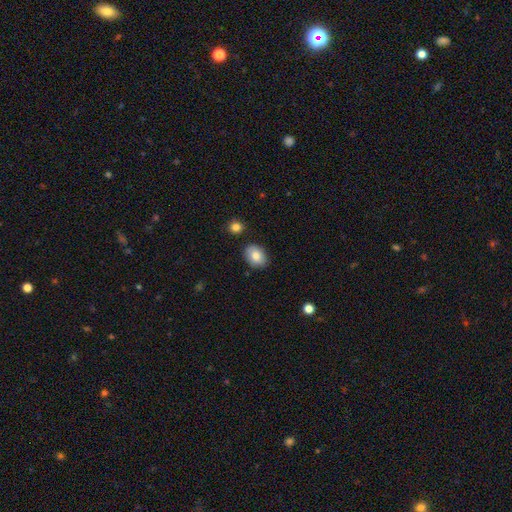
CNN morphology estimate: Smooth or featured?
  - smooth: 81% *
  - featured or disk: 11%
  - star or artifact: 7%
How rounded?
  - in between: 72% *
  - round: 27%
  - cigar-shaped: 1%
Merging?
  - none: 84% *
  - minor disturbance: 11%
  - merger: 3%
  - major disturbance: 2%